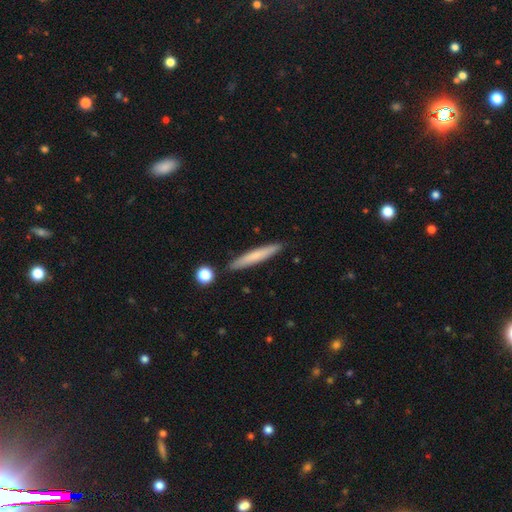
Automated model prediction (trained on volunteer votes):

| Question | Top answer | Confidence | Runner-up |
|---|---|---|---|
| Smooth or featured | smooth | 68% | featured or disk (26%) |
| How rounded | cigar-shaped | 95% | in between (4%) |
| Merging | none | 89% | minor disturbance (8%) |